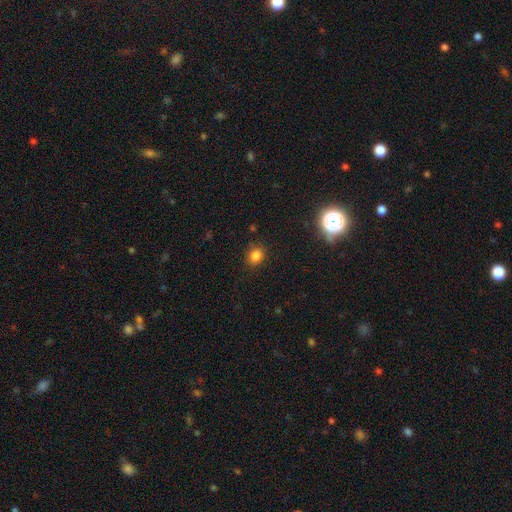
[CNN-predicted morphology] Q: Smooth or featured?
A: smooth (82%); runner-up: star or artifact (13%)
Q: How rounded?
A: round (66%); runner-up: in between (33%)
Q: Merging?
A: none (85%); runner-up: minor disturbance (11%)